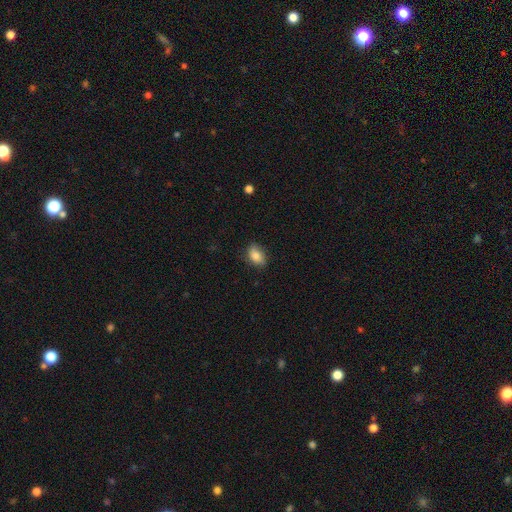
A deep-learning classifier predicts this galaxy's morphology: Smooth or featured: smooth — 84% (star or artifact — 8%)
How rounded: in between — 84% (round — 15%)
Merging: none — 80% (minor disturbance — 16%)